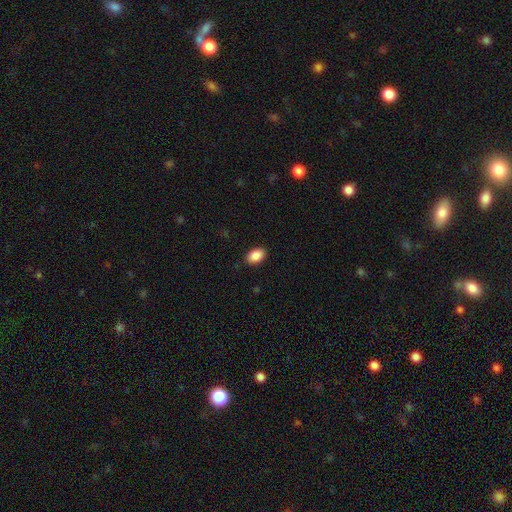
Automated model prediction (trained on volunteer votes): Smooth or featured?
  - smooth: 89% *
  - star or artifact: 7%
  - featured or disk: 4%
How rounded?
  - in between: 89% *
  - round: 10%
  - cigar-shaped: 1%
Merging?
  - none: 89% *
  - minor disturbance: 8%
  - major disturbance: 2%
  - merger: 1%